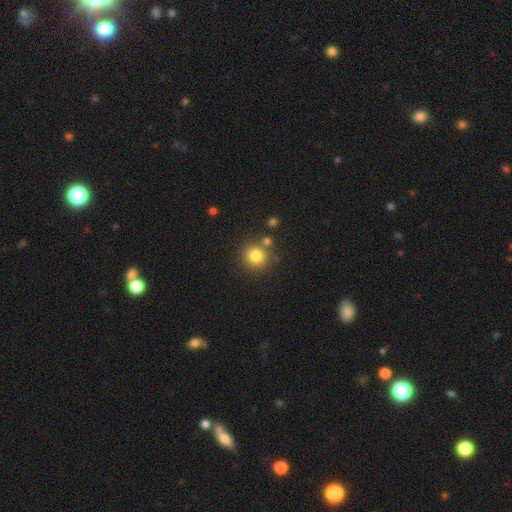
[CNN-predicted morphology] Smooth or featured? Predicted: smooth (p=0.81). How rounded? Predicted: round (p=0.92). Merging? Predicted: none (p=0.78).